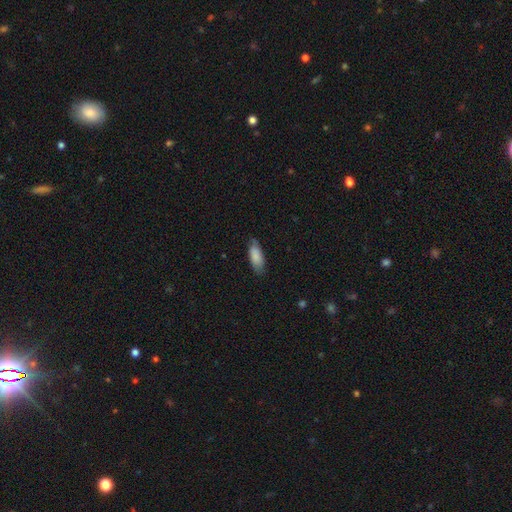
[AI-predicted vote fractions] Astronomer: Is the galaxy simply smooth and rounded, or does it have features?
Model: smooth — 84%.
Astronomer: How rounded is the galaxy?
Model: in between — 77%.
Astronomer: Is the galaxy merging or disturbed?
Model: none — 74%.